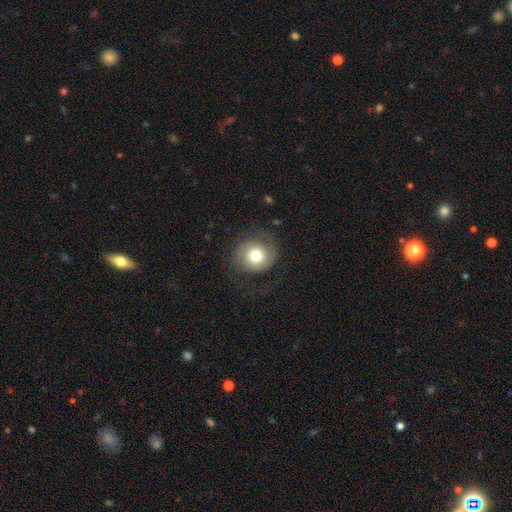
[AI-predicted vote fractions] smooth_or_featured: smooth (p=0.52) [alt: featured or disk p=0.39]
how_rounded: round (p=0.84) [alt: in between p=0.15]
merging: none (p=0.65) [alt: minor disturbance p=0.18]